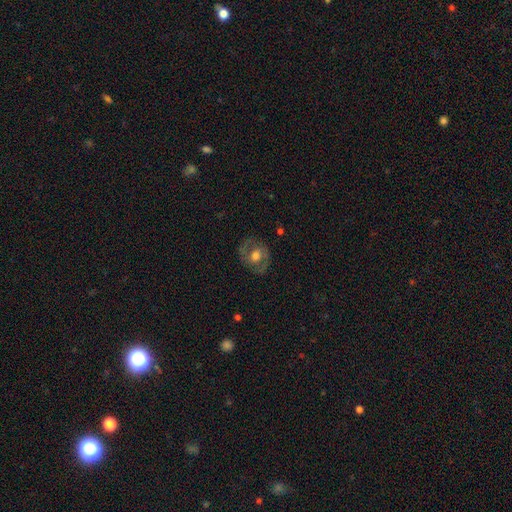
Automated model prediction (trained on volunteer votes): A featured or disk galaxy (58%) with no bar (58%), spiral arms (60%) and a moderate central bulge (65%).

Vote fractions:
- Smooth or featured? featured or disk: 58% / smooth: 34% / star or artifact: 8%
- Edge-on disk? no: 95% / yes: 5%
- Bar? no: 58% / weak: 32% / strong: 10%
- Spiral arms? yes: 60% / no: 40%
- Bulge size? moderate: 65% / large: 21% / small: 11% / none: 2% / dominant: 2%
- Merging? none: 77% / minor disturbance: 14% / major disturbance: 8% / merger: 1%